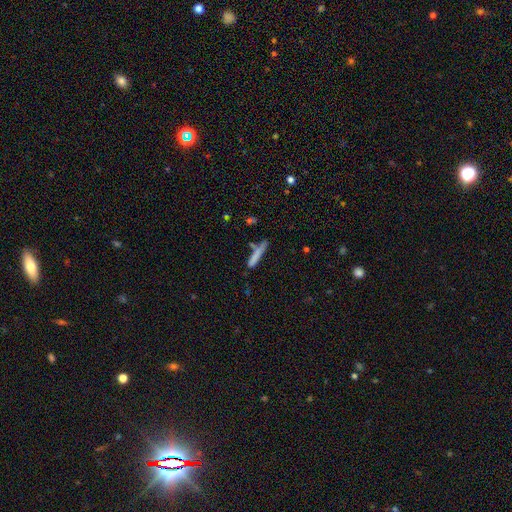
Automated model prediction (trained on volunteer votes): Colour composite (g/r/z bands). It shows a smooth galaxy with no disk features (74%) that is cigar-shaped (92%). Merging: none (63%).